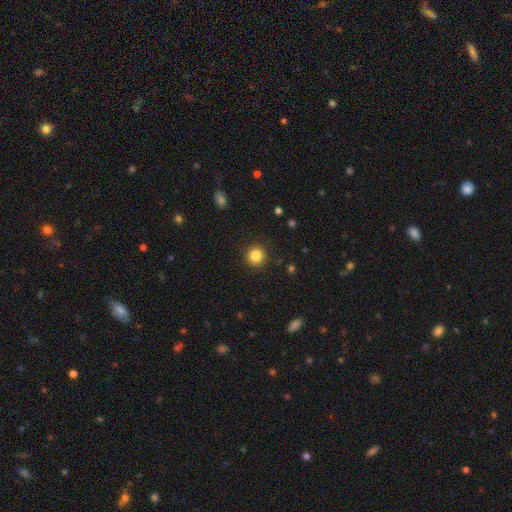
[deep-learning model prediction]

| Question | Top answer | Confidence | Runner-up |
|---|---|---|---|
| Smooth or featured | smooth | 85% | star or artifact (11%) |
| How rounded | round | 95% | in between (5%) |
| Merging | none | 92% | minor disturbance (5%) |